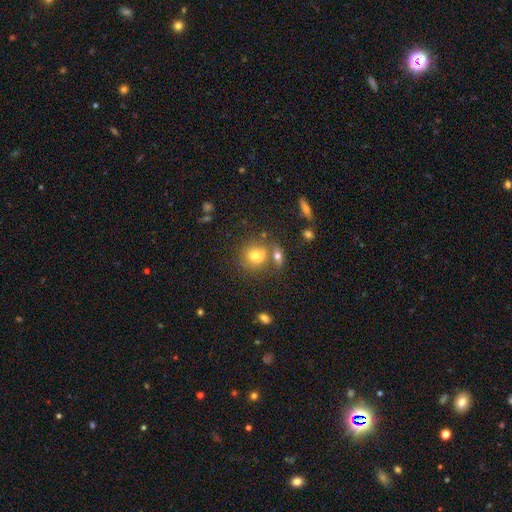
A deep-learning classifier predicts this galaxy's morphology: Smooth or featured? Predicted: smooth (p=0.73). How rounded? Predicted: round (p=0.77). Merging? Predicted: none (p=0.54).